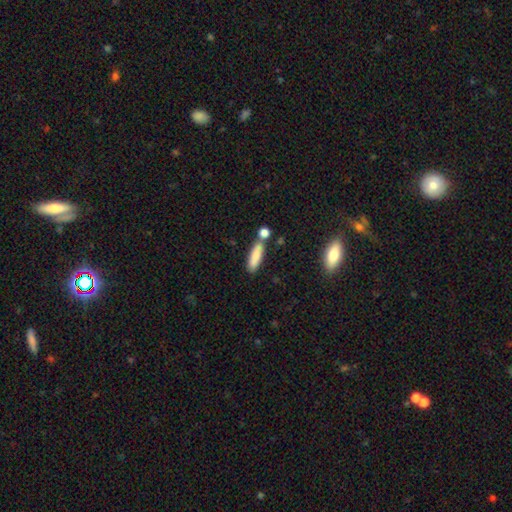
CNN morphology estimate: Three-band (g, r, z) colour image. It shows a smooth galaxy with no disk features (83%) that is cigar-shaped (55%). Merging: none (65%).